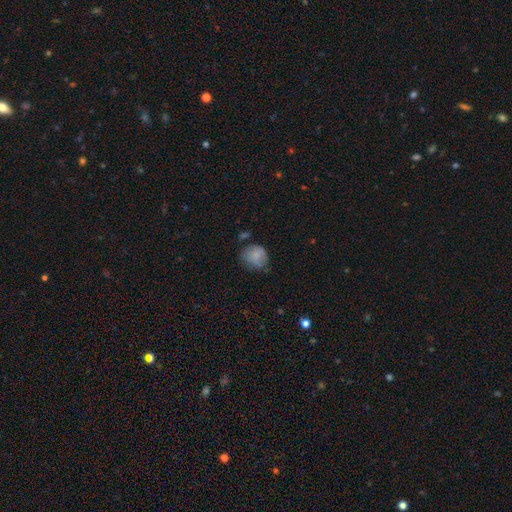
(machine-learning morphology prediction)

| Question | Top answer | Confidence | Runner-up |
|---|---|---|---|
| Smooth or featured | smooth | 80% | featured or disk (11%) |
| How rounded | round | 71% | in between (28%) |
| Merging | none | 55% | minor disturbance (31%) |